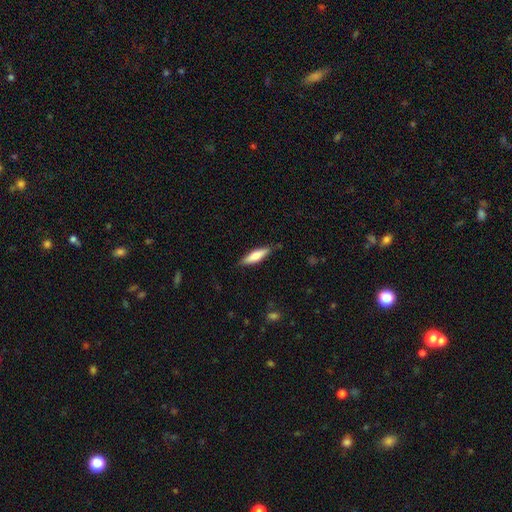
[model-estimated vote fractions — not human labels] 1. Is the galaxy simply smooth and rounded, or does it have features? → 68% smooth, 26% featured or disk, 6% star or artifact.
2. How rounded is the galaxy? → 66% cigar-shaped, 32% in between, 2% round.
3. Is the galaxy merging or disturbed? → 84% none, 12% minor disturbance, 2% major disturbance, 1% merger.